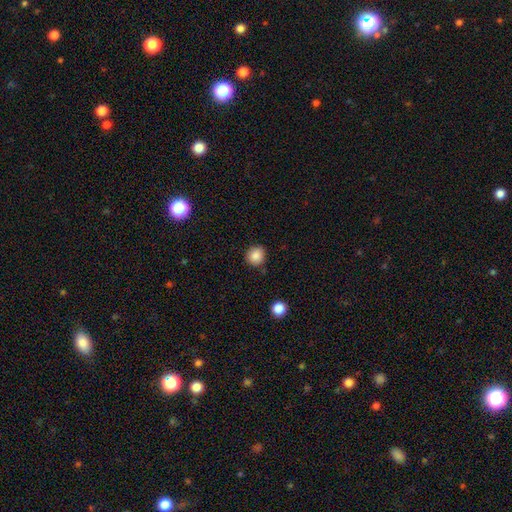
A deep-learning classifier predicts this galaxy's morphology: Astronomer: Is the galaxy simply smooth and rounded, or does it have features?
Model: smooth — 87%.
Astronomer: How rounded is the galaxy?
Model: round — 89%.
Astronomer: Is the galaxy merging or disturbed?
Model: none — 86%.